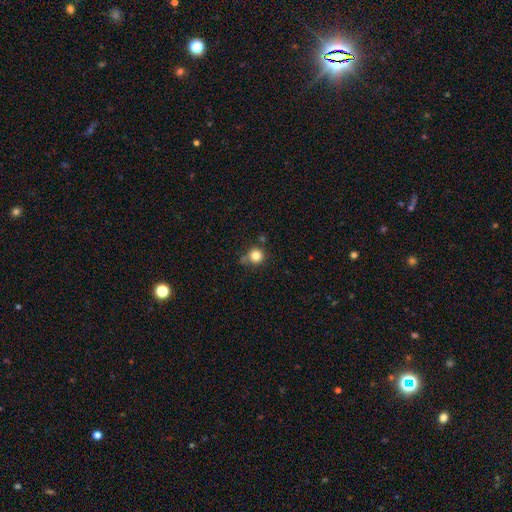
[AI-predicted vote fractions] This is clearly a smooth galaxy (82%). How rounded: clearly round (92%). Merging: likely none (69%).